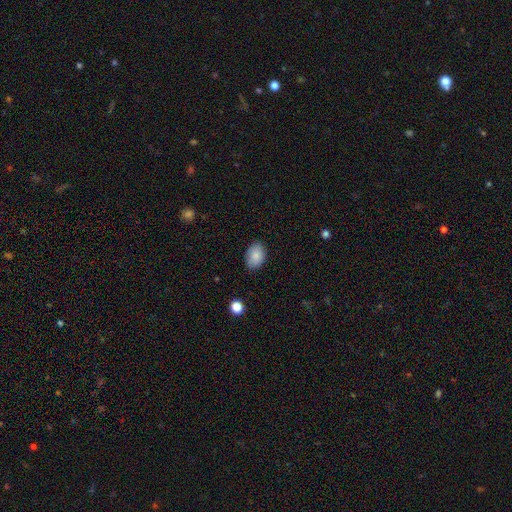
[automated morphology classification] Smooth or featured?
  - smooth: 86% *
  - star or artifact: 7%
  - featured or disk: 6%
How rounded?
  - in between: 85% *
  - round: 14%
  - cigar-shaped: 1%
Merging?
  - none: 84% *
  - minor disturbance: 12%
  - major disturbance: 2%
  - merger: 1%